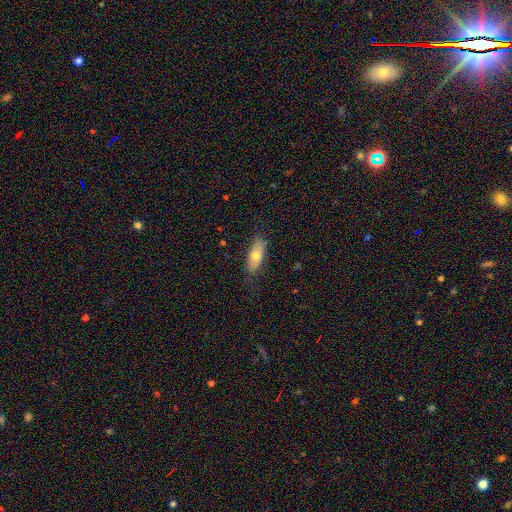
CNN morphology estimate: smooth-or-featured: smooth: 67% | featured or disk: 26% | star or artifact: 7%
  how-rounded: in between: 78% | cigar-shaped: 19% | round: 3%
  merging: none: 79% | minor disturbance: 17% | major disturbance: 4% | merger: 1%